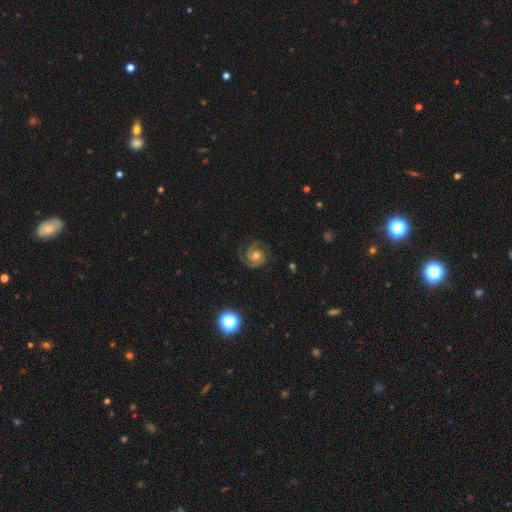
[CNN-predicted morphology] The model was most divided on "spiral winding": tight: 63%, medium: 31%, loose: 6%. More confident: edge-on disk — no (98%); spiral arms — yes (98%); smooth or featured — featured or disk (86%); merging — none (77%); bar — no (74%); bulge size — moderate (67%); spiral arm count — 2 (61%).